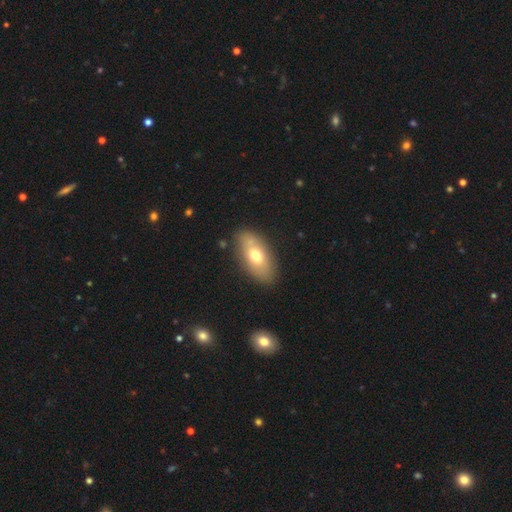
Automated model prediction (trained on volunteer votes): A smooth galaxy with no disk features (66%) that is in between round and cigar-shaped (89%). Merging: none (78%).